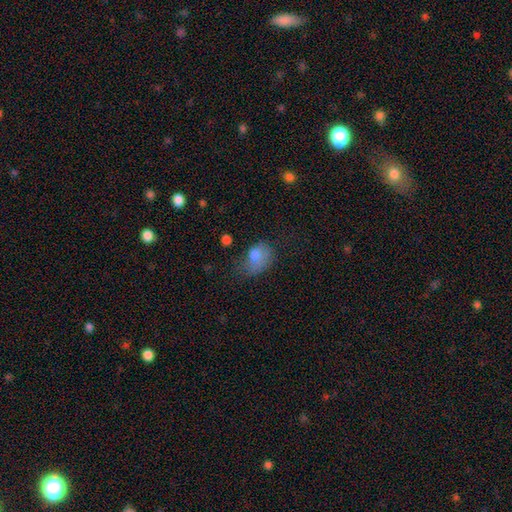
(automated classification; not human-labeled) smooth 75%, featured or disk 14%, star or artifact 11%. Down the decision tree: how rounded — in between (72%); merging — minor disturbance (34%).